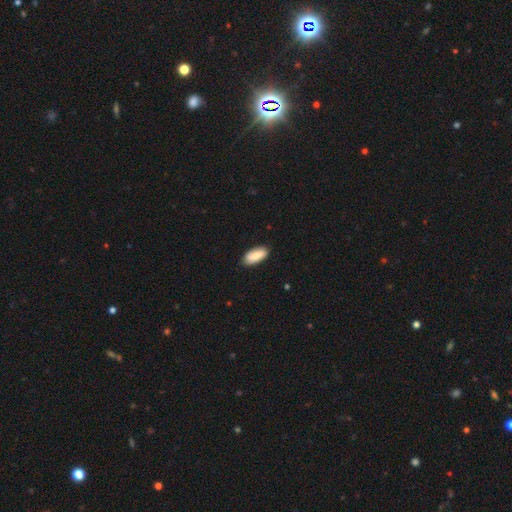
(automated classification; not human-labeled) Q: Smooth or featured?
A: smooth (81%); runner-up: featured or disk (13%)
Q: How rounded?
A: in between (86%); runner-up: cigar-shaped (12%)
Q: Merging?
A: none (85%); runner-up: minor disturbance (12%)